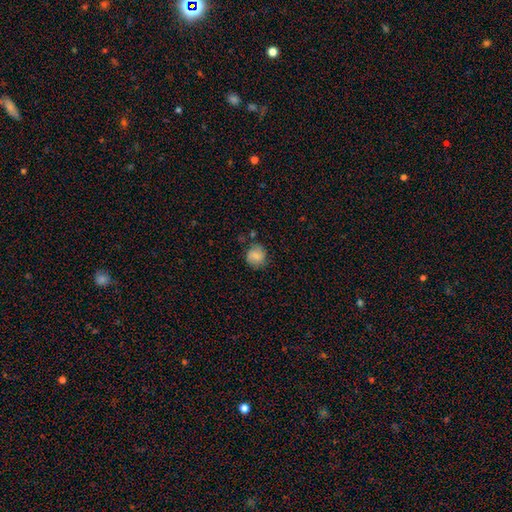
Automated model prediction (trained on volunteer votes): This appears to be a smooth galaxy with no disk features (78%) that is round (84%). Merging: none (74%).